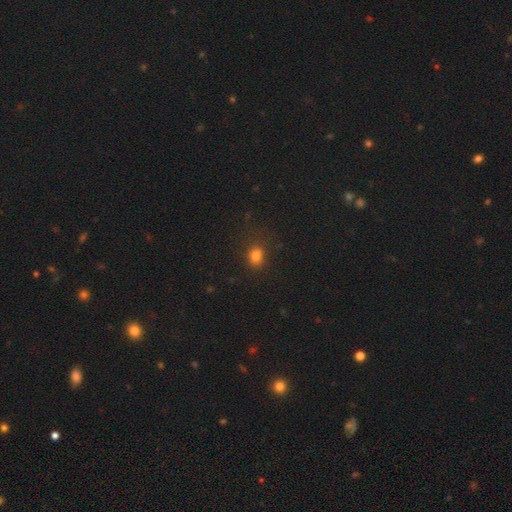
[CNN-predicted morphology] This appears to be a smooth galaxy with no disk features (79%) that is round (53%). Merging: none (78%).